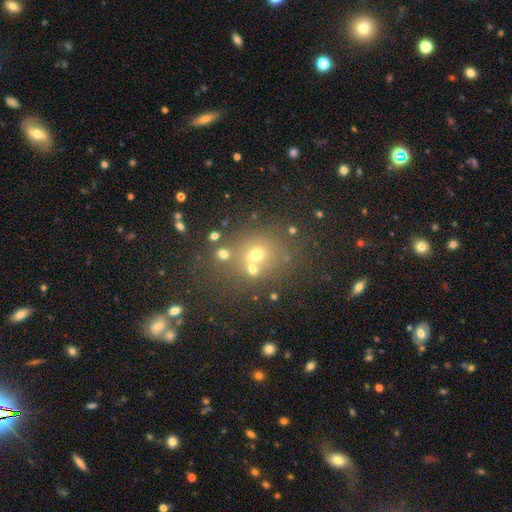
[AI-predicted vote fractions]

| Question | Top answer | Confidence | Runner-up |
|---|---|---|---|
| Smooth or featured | smooth | 52% | star or artifact (33%) |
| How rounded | round | 74% | in between (25%) |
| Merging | none | 63% | merger (22%) |